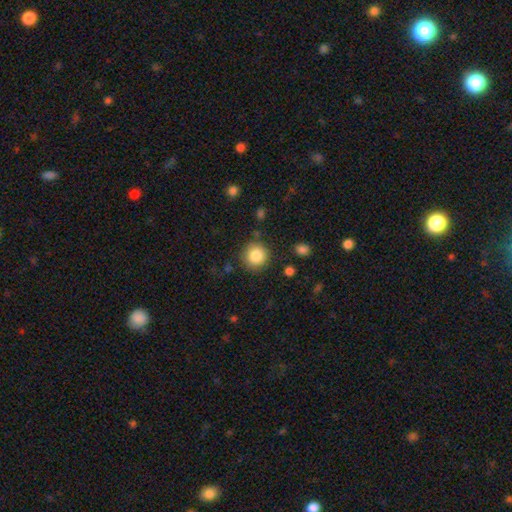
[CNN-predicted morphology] type=smooth (85%); roundness=round (93%); merging=none (86%).